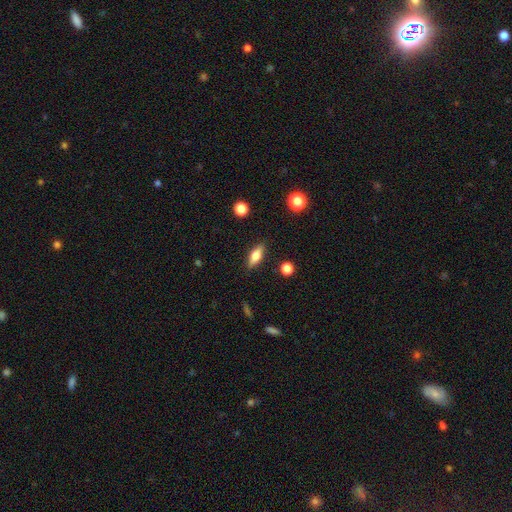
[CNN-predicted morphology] Smooth or featured: smooth — 64% (featured or disk — 29%)
How rounded: in between — 64% (cigar-shaped — 31%)
Merging: none — 86% (minor disturbance — 10%)